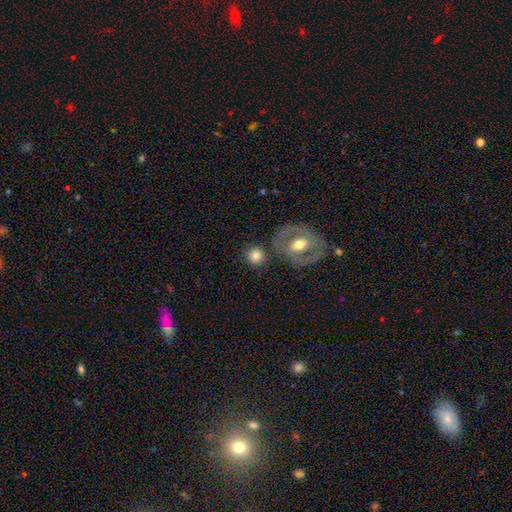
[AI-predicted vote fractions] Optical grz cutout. It shows a smooth galaxy with no disk features (75%) that is round (90%). Merging: none (74%).